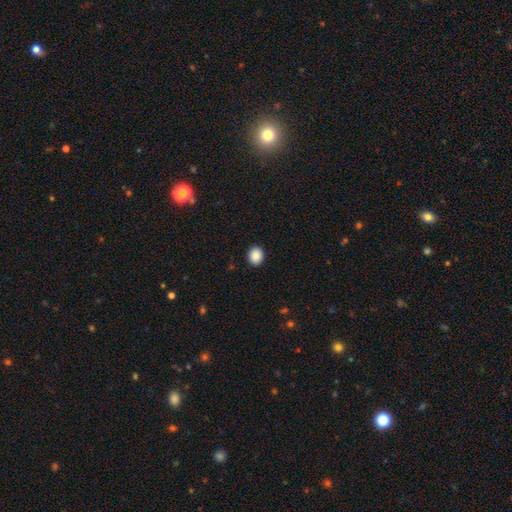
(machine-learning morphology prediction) A smooth galaxy with no disk features (89%) that is round (69%). Merging: none (92%).